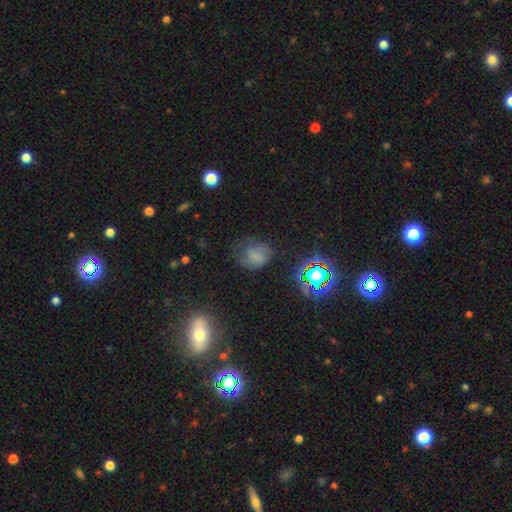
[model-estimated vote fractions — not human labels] Q: Smooth or featured?
A: smooth (55%); runner-up: featured or disk (24%)
Q: How rounded?
A: in between (51%); runner-up: round (48%)
Q: Merging?
A: none (53%); runner-up: minor disturbance (27%)